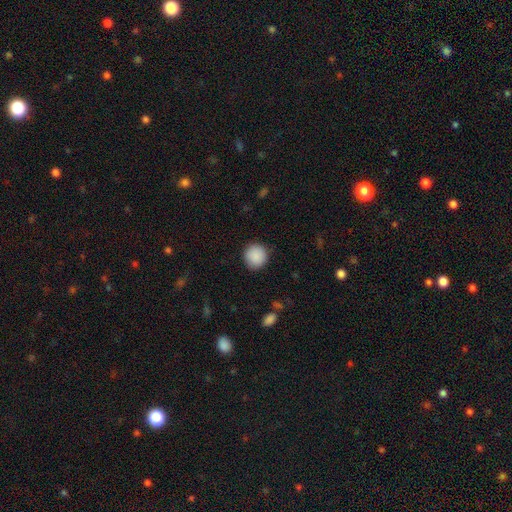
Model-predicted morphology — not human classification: This appears to be a smooth galaxy with no disk features (90%) that is round (92%). Merging: none (88%).